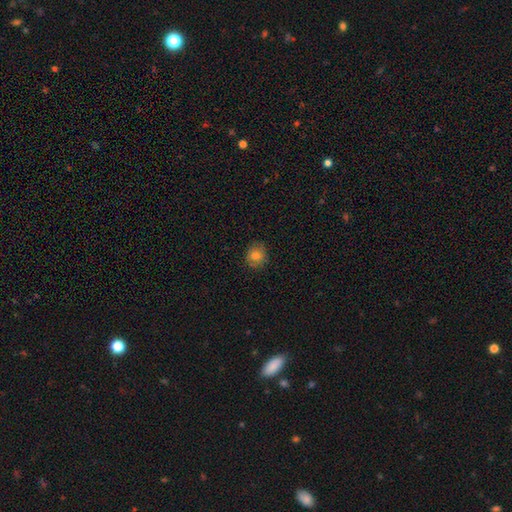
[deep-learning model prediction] Smooth or featured? Predicted: smooth (p=0.80). How rounded? Predicted: round (p=0.77). Merging? Predicted: none (p=0.84).